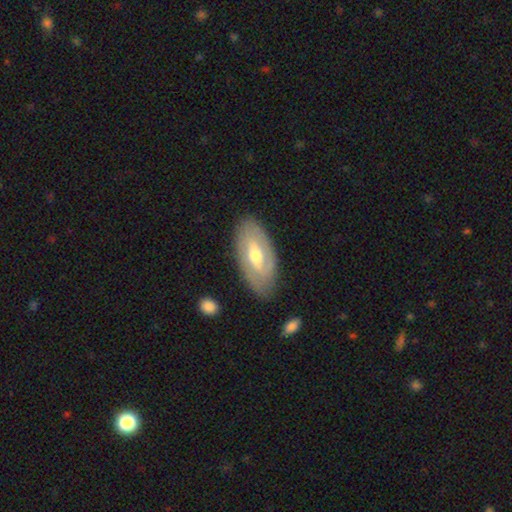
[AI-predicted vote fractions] This is likely a featured or disk galaxy (65%). It is clearly not viewed edge-on (88%). Bar: marginally weak (44%). Spiral arm pattern: likely yes (62%). Central bulge: likely moderate (69%). Merging: clearly none (81%).